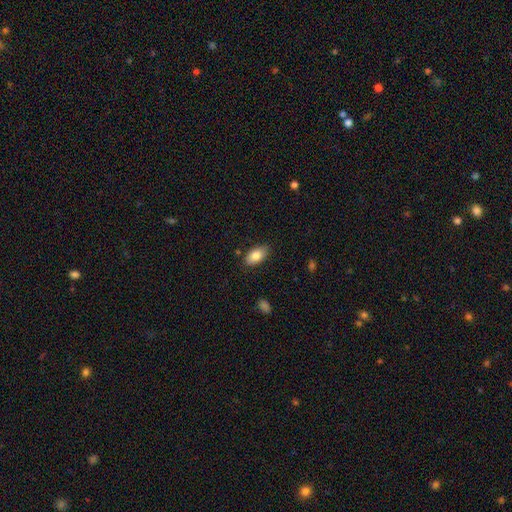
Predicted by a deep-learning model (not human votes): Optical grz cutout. It shows a smooth galaxy with no disk features (82%) that is in between round and cigar-shaped (93%). Merging: none (85%).